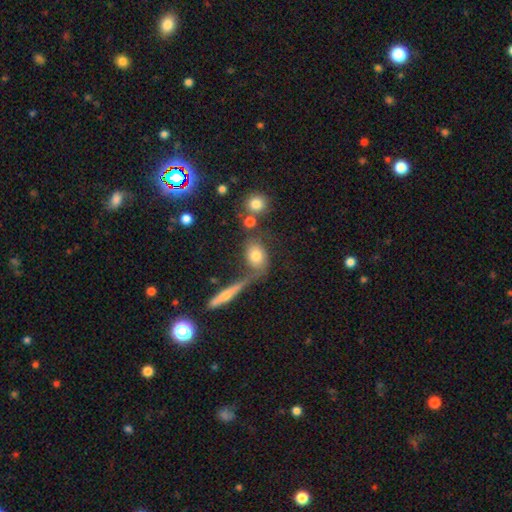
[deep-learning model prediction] smooth-or-featured: smooth: 67% | featured or disk: 22% | star or artifact: 11%
  how-rounded: in between: 59% | round: 35% | cigar-shaped: 7%
  merging: none: 51% | merger: 26% | minor disturbance: 14% | major disturbance: 8%